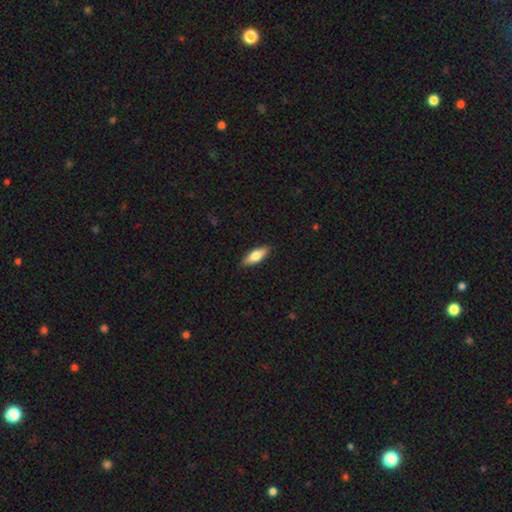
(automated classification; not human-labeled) smooth_or_featured: smooth (p=0.65) [alt: featured or disk p=0.30]
how_rounded: in between (p=0.56) [alt: cigar-shaped p=0.41]
merging: none (p=0.89) [alt: minor disturbance p=0.08]